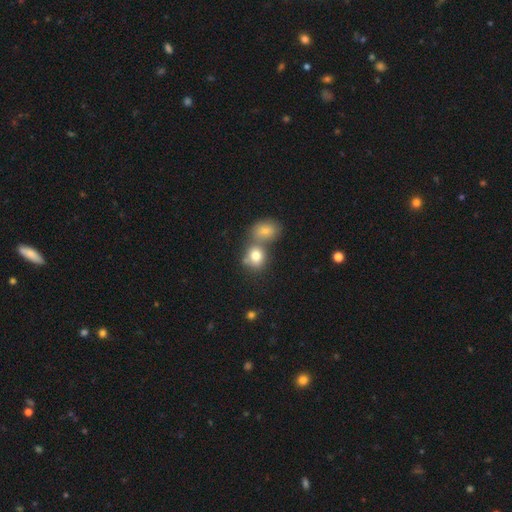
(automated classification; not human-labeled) smooth 79%, featured or disk 11%, star or artifact 10%. Down the decision tree: how rounded — round (63%); merging — merger (50%).